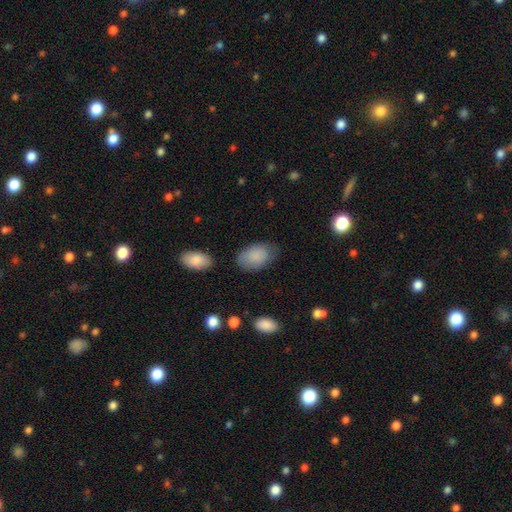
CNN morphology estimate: Smooth or featured? smooth (86%)
How rounded? in between (91%)
Merging? none (72%)